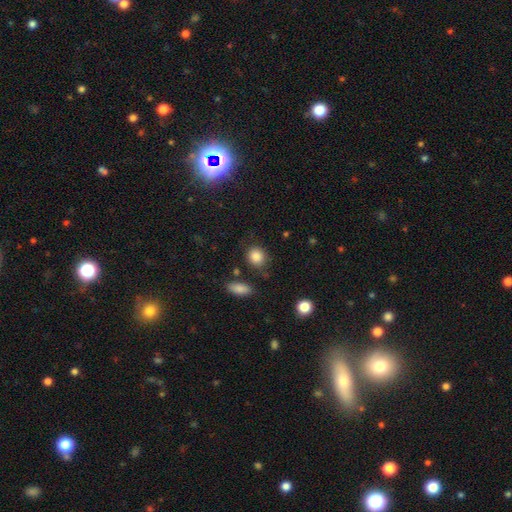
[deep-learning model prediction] A smooth galaxy with no disk features (86%) that is round (72%).

Vote fractions:
- Smooth or featured? smooth: 86% / star or artifact: 9% / featured or disk: 5%
- How rounded? round: 72% / in between: 27% / cigar-shaped: 1%
- Merging? none: 76% / minor disturbance: 15% / major disturbance: 5% / merger: 4%